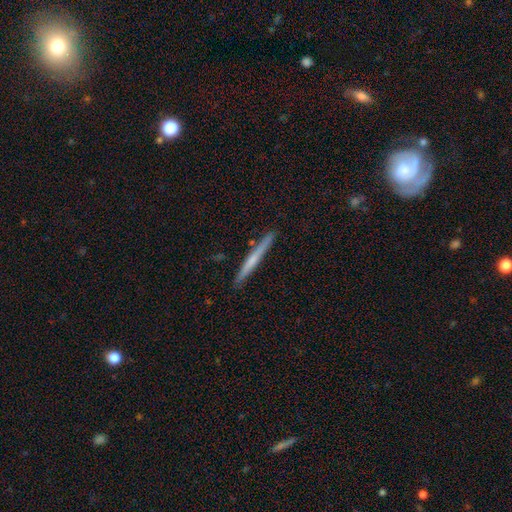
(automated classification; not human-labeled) Q: Smooth or featured?
A: featured or disk (60%); runner-up: smooth (33%)
Q: Edge-on disk?
A: yes (97%); runner-up: no (3%)
Q: Edge-on bulge?
A: none (51%); runner-up: rounded (42%)
Q: Merging?
A: none (90%); runner-up: minor disturbance (7%)